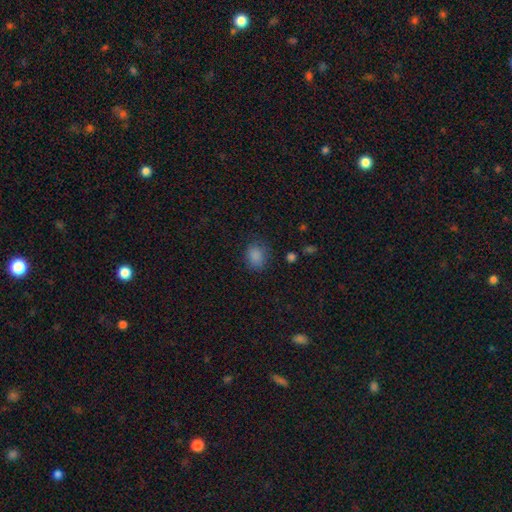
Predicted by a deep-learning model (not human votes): This appears to be a smooth galaxy with no disk features (84%) that is round (51%). Merging: none (76%).